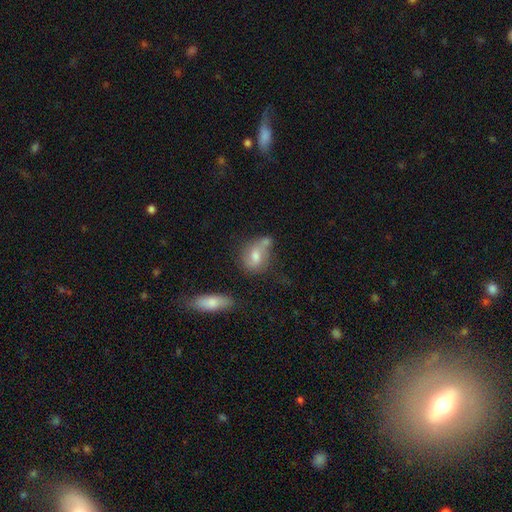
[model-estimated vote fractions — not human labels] Smooth or featured? Predicted: smooth (p=0.59). How rounded? Predicted: in between (p=0.65). Merging? Predicted: none (p=0.42).